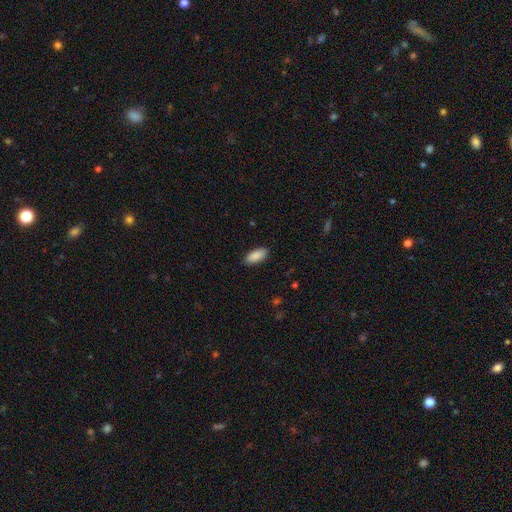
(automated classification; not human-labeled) This appears to be a smooth galaxy with no disk features (90%) that is in between round and cigar-shaped (88%). Merging: none (88%).